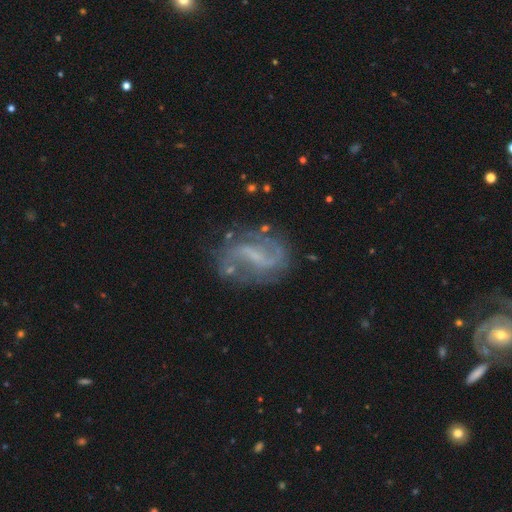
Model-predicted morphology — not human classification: smooth-or-featured: featured or disk: 83% | smooth: 10% | star or artifact: 7%
  disk-edge-on: no: 97% | yes: 3%
    bar: weak: 49% | strong: 31% | no: 19%
    has-spiral-arms: yes: 91% | no: 9%
      spiral-winding: loose: 54% | medium: 35% | tight: 11%
      spiral-arm-count: 2: 86% | can't tell: 6% | 1: 3% | 3: 2% | 4: 1% | more than 4: 1%
    bulge-size: small: 45% | none: 40% | moderate: 12% | large: 2% | dominant: 1%
  merging: none: 70% | minor disturbance: 17% | major disturbance: 9% | merger: 4%